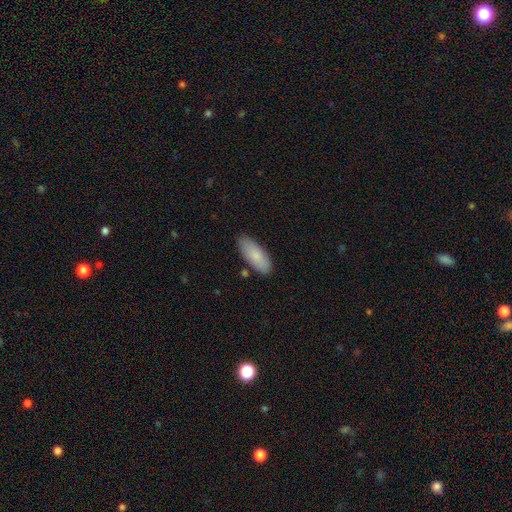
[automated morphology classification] A smooth galaxy with no disk features (83%) that is in between round and cigar-shaped (82%).

Vote fractions:
- Smooth or featured? smooth: 83% / featured or disk: 11% / star or artifact: 6%
- How rounded? in between: 82% / cigar-shaped: 16% / round: 2%
- Merging? none: 82% / minor disturbance: 13% / merger: 3% / major disturbance: 2%